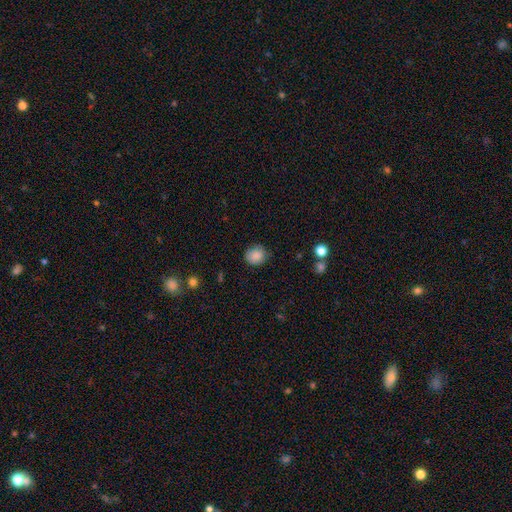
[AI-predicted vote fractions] Q: Smooth or featured?
A: smooth (85%); runner-up: star or artifact (9%)
Q: How rounded?
A: round (78%); runner-up: in between (21%)
Q: Merging?
A: none (78%); runner-up: minor disturbance (17%)